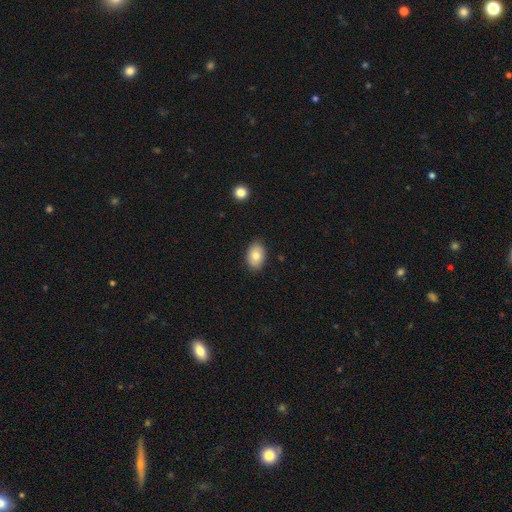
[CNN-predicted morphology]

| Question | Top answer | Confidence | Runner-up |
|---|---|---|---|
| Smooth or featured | smooth | 81% | featured or disk (11%) |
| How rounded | in between | 86% | round (12%) |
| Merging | none | 86% | minor disturbance (10%) |